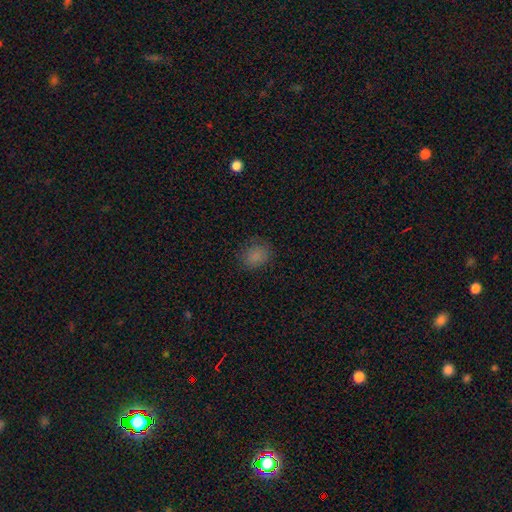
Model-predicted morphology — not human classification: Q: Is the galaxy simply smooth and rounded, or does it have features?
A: smooth — 82%.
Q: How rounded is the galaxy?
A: round — 58%.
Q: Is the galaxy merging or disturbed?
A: none — 81%.